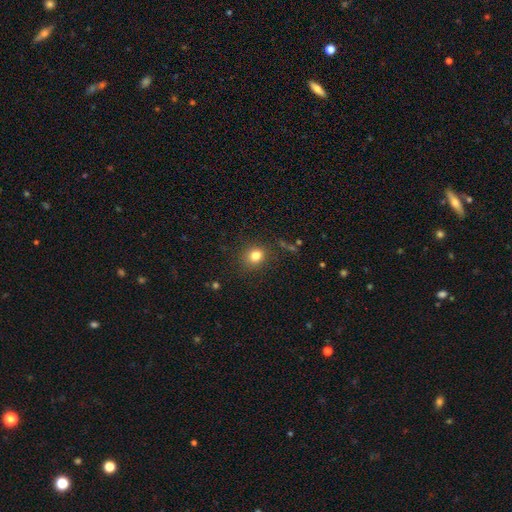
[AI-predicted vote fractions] Morphology: type=smooth (81%); roundness=round (74%); merging=none (85%).